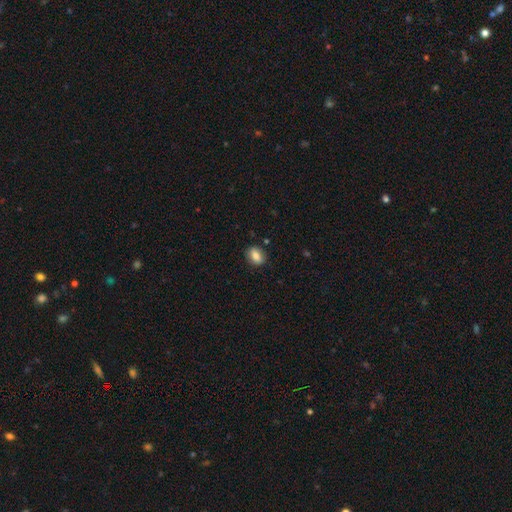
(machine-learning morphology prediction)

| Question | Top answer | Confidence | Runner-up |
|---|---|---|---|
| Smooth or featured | smooth | 81% | featured or disk (11%) |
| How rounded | in between | 69% | round (29%) |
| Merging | none | 83% | minor disturbance (12%) |